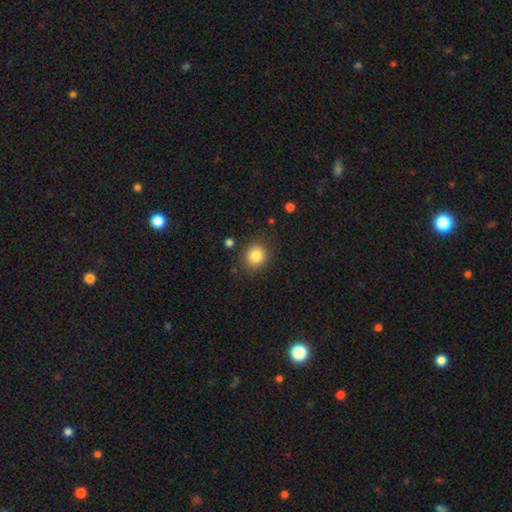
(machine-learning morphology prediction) smooth_or_featured: smooth (p=0.83) [alt: star or artifact p=0.10]
how_rounded: round (p=0.81) [alt: in between p=0.18]
merging: none (p=0.86) [alt: minor disturbance p=0.09]